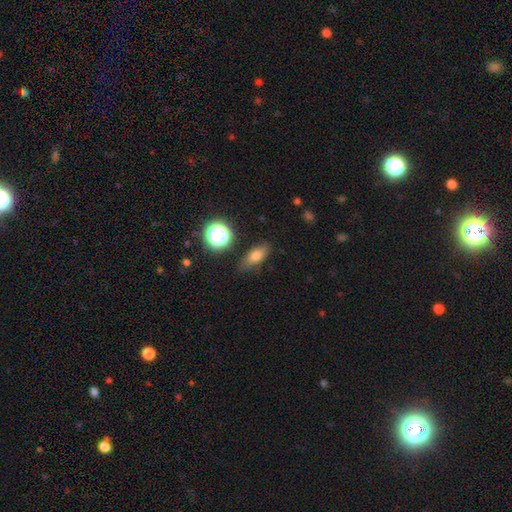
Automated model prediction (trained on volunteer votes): This is likely a smooth galaxy (71%). How rounded: likely in between (68%). Merging: likely none (77%).